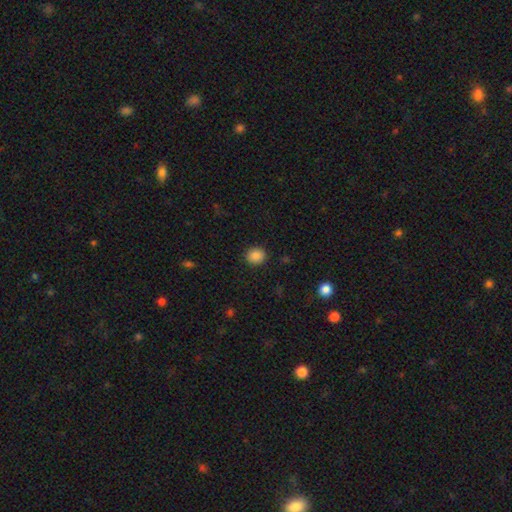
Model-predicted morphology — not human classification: A smooth galaxy with no disk features (86%) that is round (75%). Merging: none (91%).